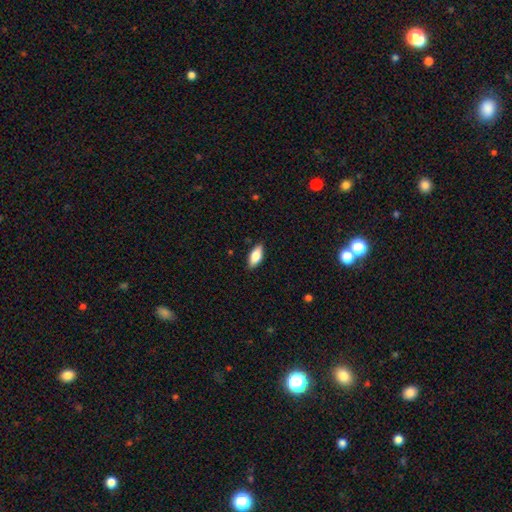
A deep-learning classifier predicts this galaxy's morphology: Smooth or featured? Predicted: smooth (p=0.82). How rounded? Predicted: in between (p=0.88). Merging? Predicted: none (p=0.87).